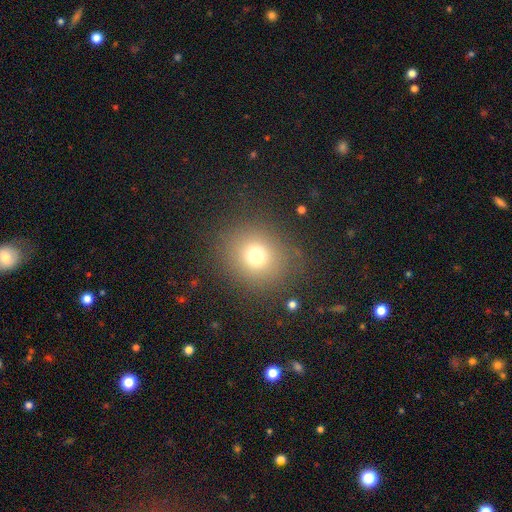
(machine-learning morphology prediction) smooth_or_featured: smooth (p=0.72) [alt: star or artifact p=0.18]
how_rounded: round (p=0.82) [alt: in between p=0.17]
merging: none (p=0.83) [alt: minor disturbance p=0.09]